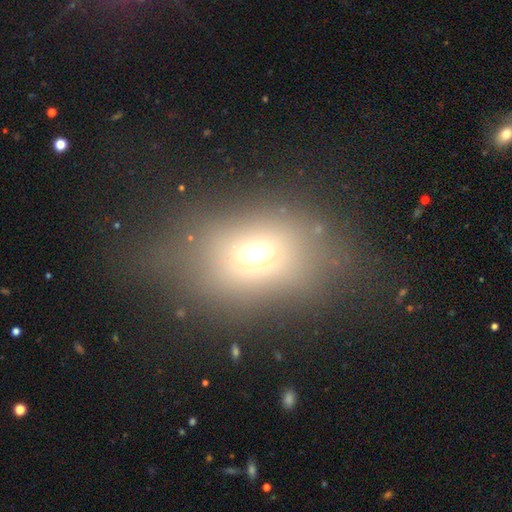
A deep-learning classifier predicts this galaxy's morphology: The model was most divided on "how rounded": in between: 66%, round: 32%, cigar-shaped: 2%. More confident: merging — none (61%); smooth or featured — smooth (61%).